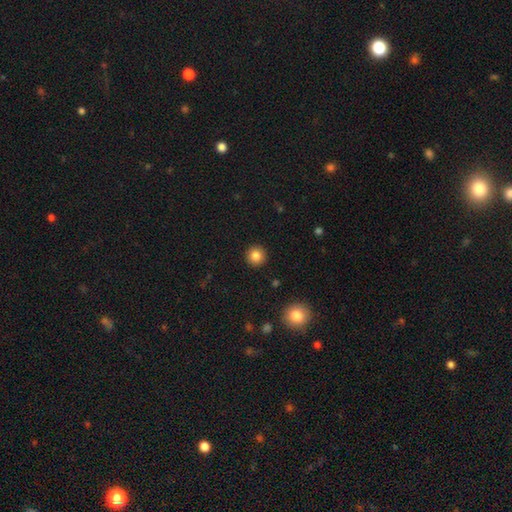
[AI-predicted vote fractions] Smooth or featured? smooth (84%)
How rounded? round (94%)
Merging? none (93%)